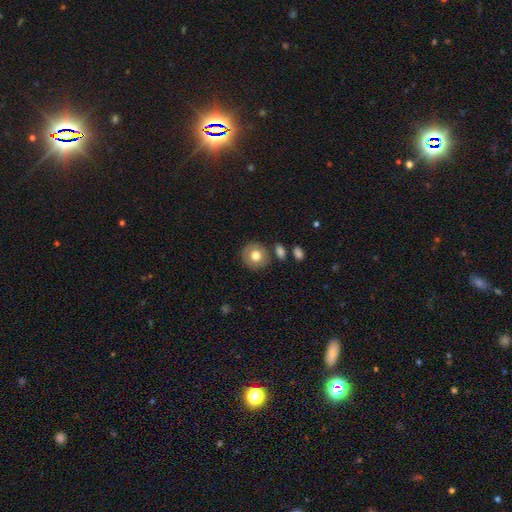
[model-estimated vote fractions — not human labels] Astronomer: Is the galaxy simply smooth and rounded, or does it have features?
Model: smooth — 73%.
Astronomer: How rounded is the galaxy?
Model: round — 90%.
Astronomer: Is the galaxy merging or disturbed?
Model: none — 83%.